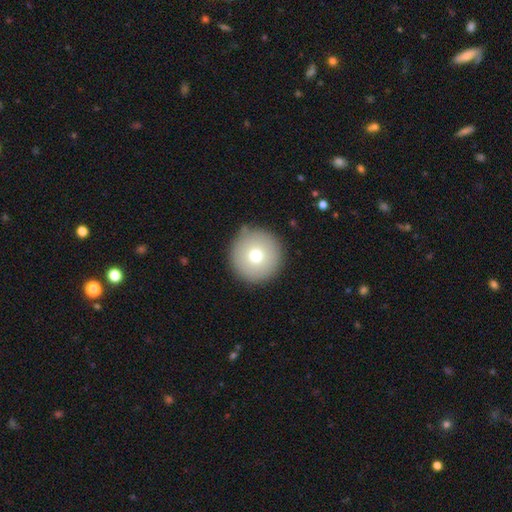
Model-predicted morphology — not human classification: smooth 74%, featured or disk 16%, star or artifact 10%. Down the decision tree: how rounded — round (96%); merging — none (88%).